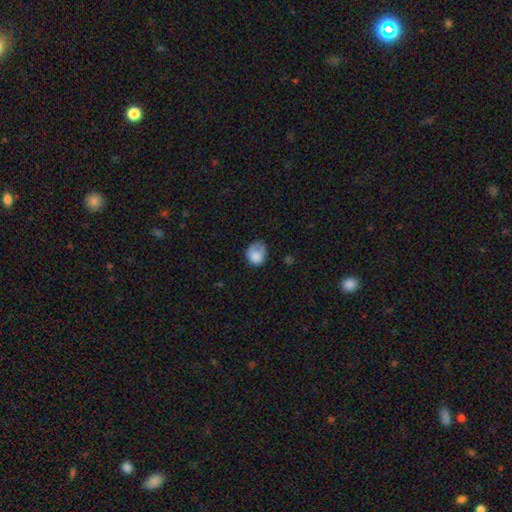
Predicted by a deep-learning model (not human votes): Overall: smooth (79%). How rounded: round (56%; in between 43%). Merging: none (40%; minor disturbance 37%).